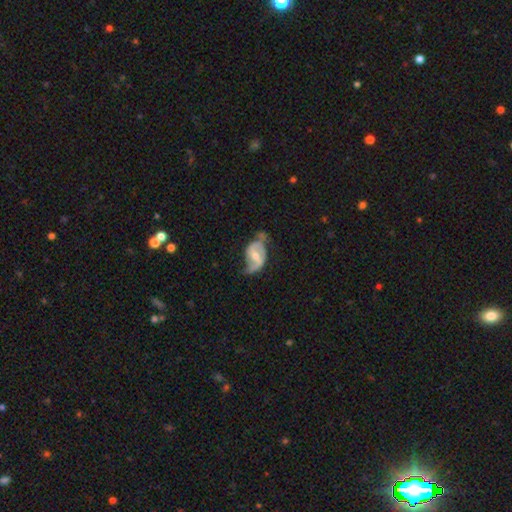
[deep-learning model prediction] This appears to be a featured or disk galaxy (74%) with a weak bar (47%), 2 (78%) loose (48%) spiral arms (84%) and a moderate central bulge (59%). Merging: none (42%).